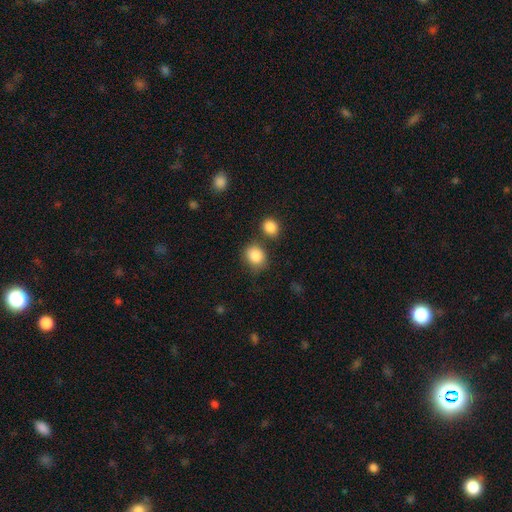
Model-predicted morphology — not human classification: A smooth galaxy with no disk features (86%) that is round (67%). Merging: none (66%).